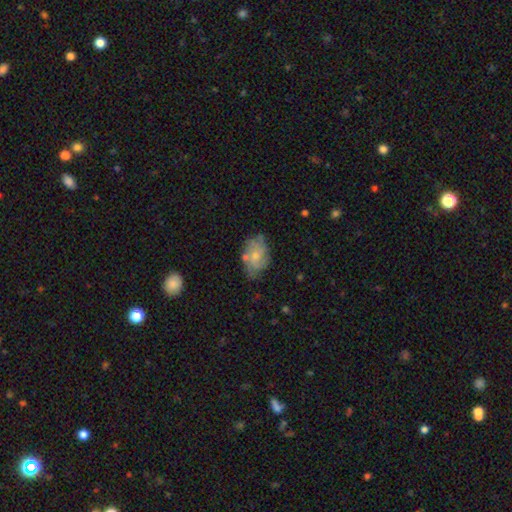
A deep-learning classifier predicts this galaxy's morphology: smooth-or-featured: featured or disk: 53% | smooth: 39% | star or artifact: 8%
  disk-edge-on: no: 96% | yes: 4%
    bar: no: 76% | weak: 21% | strong: 3%
    has-spiral-arms: yes: 74% | no: 26%
    bulge-size: small: 56% | moderate: 35% | none: 7% | large: 2% | dominant: 1%
  merging: none: 58% | minor disturbance: 27% | major disturbance: 10% | merger: 5%